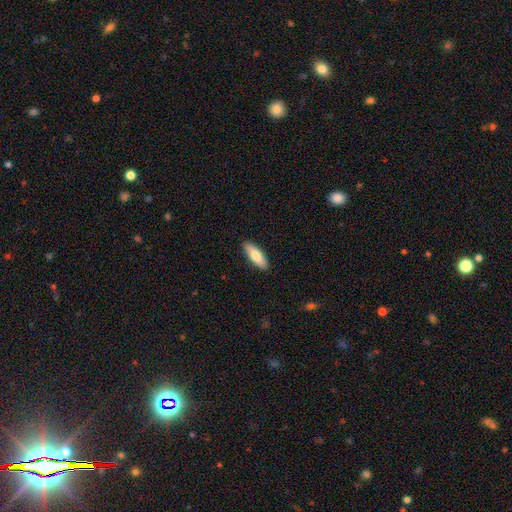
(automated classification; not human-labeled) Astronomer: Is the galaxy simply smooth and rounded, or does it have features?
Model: smooth — 78%.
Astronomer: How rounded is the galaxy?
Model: in between — 61% (runner-up: cigar-shaped, 37%).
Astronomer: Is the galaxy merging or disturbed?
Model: none — 89%.